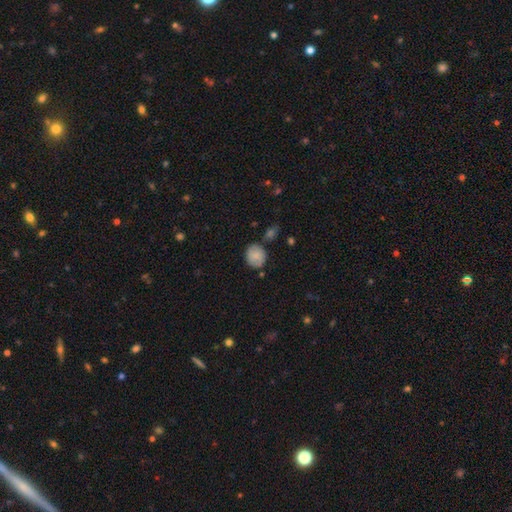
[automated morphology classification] A smooth galaxy with no disk features (76%) that is round (72%).

Vote fractions:
- Smooth or featured? smooth: 76% / featured or disk: 16% / star or artifact: 8%
- How rounded? round: 72% / in between: 27% / cigar-shaped: 1%
- Merging? none: 71% / minor disturbance: 18% / merger: 7% / major disturbance: 4%